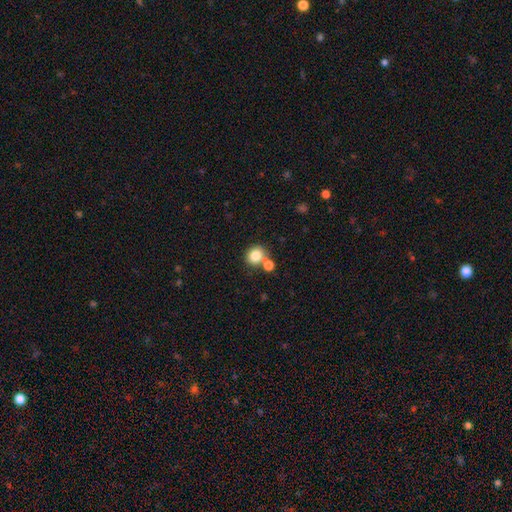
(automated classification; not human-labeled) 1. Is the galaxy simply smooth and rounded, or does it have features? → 81% smooth, 10% star or artifact, 9% featured or disk.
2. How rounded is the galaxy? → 75% round, 24% in between, 1% cigar-shaped.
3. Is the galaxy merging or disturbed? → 54% none, 33% merger, 10% minor disturbance, 4% major disturbance.